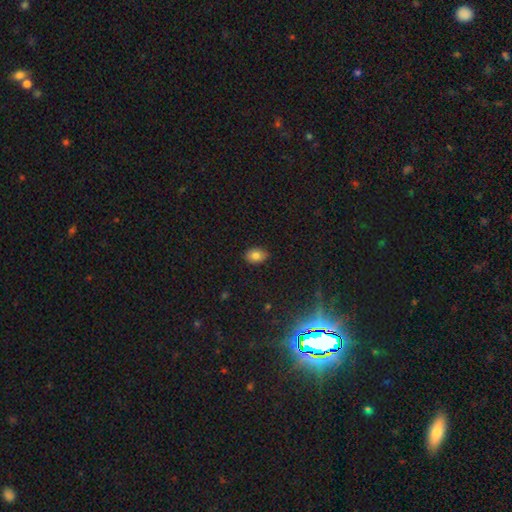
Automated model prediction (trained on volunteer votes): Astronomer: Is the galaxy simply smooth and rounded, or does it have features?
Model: smooth — 81%.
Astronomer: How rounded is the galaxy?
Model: in between — 79%.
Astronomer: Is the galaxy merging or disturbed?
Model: none — 85%.